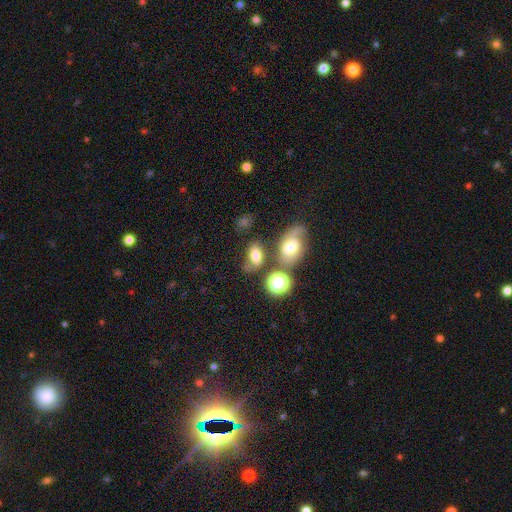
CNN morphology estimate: type=smooth (70%); roundness=in between (82%); merging=none (53%).